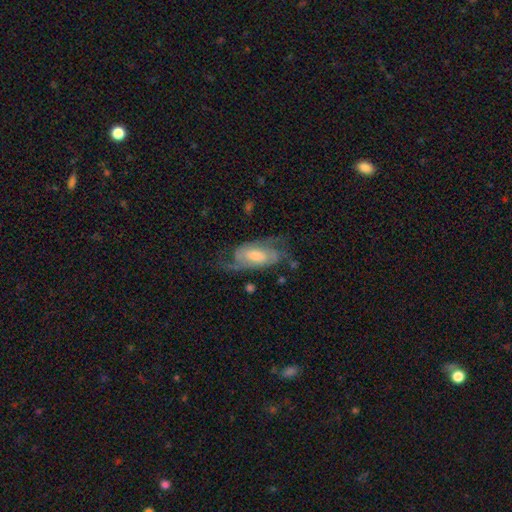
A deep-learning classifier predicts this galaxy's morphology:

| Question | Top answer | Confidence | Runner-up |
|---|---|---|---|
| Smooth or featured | featured or disk | 82% | smooth (12%) |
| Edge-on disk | no | 95% | yes (5%) |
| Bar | weak | 47% | no (37%) |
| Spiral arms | yes | 95% | no (5%) |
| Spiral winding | medium | 50% | tight (26%) |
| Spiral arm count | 2 | 79% | can't tell (9%) |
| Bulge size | moderate | 51% | small (26%) |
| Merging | none | 64% | minor disturbance (18%) |